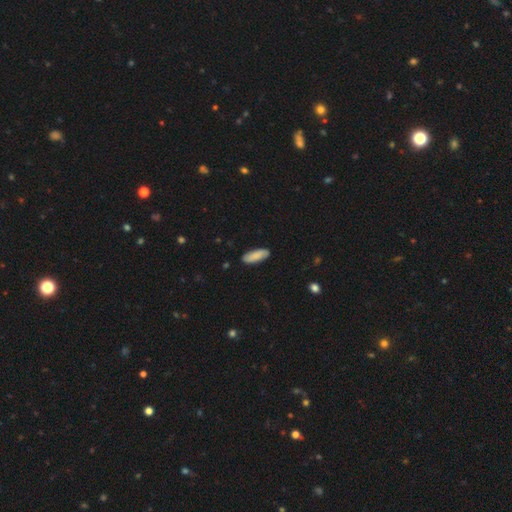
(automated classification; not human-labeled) smooth-or-featured: smooth: 87% | featured or disk: 8% | star or artifact: 5%
  how-rounded: in between: 59% | cigar-shaped: 40% | round: 2%
  merging: none: 88% | minor disturbance: 10% | major disturbance: 2% | merger: 1%